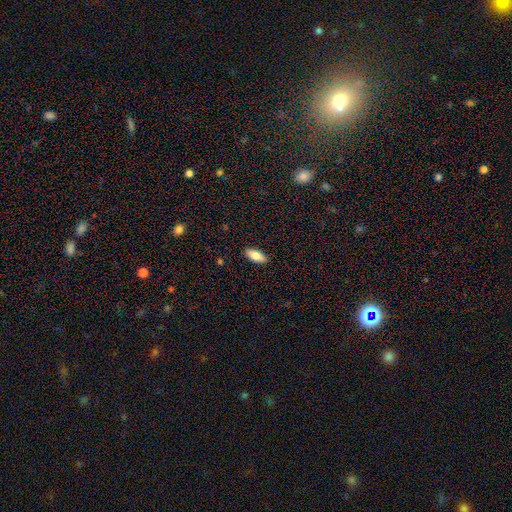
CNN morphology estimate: Smooth or featured: smooth — 80% (featured or disk — 14%)
How rounded: in between — 83% (cigar-shaped — 15%)
Merging: none — 89% (minor disturbance — 8%)